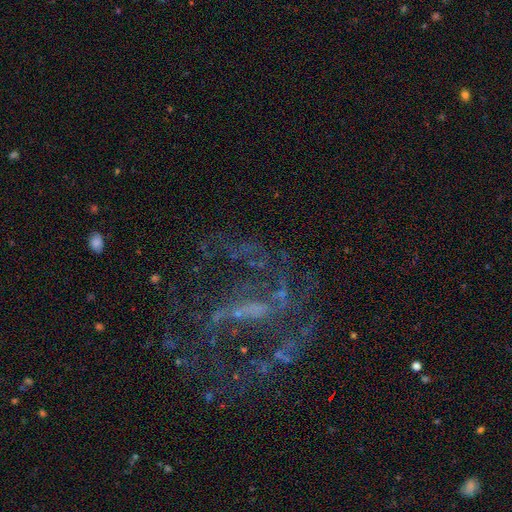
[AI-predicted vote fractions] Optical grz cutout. It shows a featured or disk galaxy (72%) with a strong bar (40%), spiral arms (70%) and no central bulge (46%). Merging: none (53%).